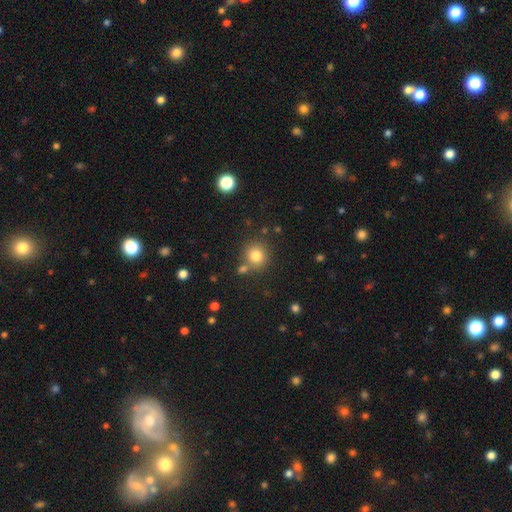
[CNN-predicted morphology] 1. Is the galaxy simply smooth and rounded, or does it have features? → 81% smooth, 12% star or artifact, 7% featured or disk.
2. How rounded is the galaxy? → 88% round, 11% in between, 1% cigar-shaped.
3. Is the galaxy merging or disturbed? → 74% none, 13% merger, 10% minor disturbance, 3% major disturbance.